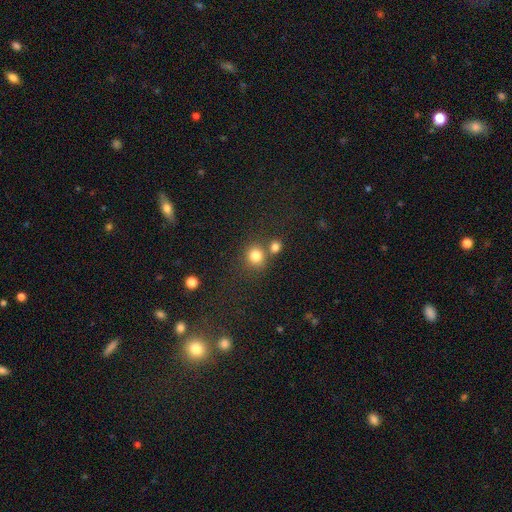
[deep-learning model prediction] Q: Smooth or featured?
A: smooth (80%); runner-up: star or artifact (13%)
Q: How rounded?
A: round (85%); runner-up: in between (14%)
Q: Merging?
A: none (61%); runner-up: merger (26%)